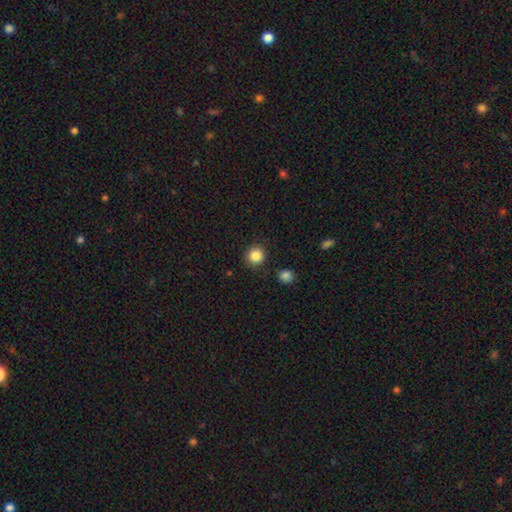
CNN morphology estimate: This is clearly a smooth galaxy (86%). How rounded: clearly round (90%). Merging: clearly none (89%).